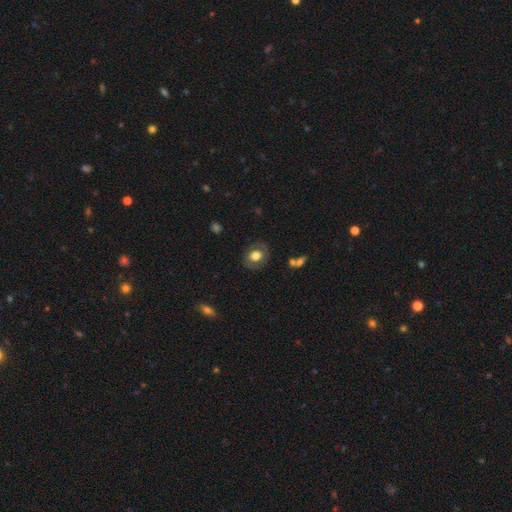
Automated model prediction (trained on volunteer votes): A smooth galaxy with no disk features (64%) that is round (57%). Merging: none (81%).